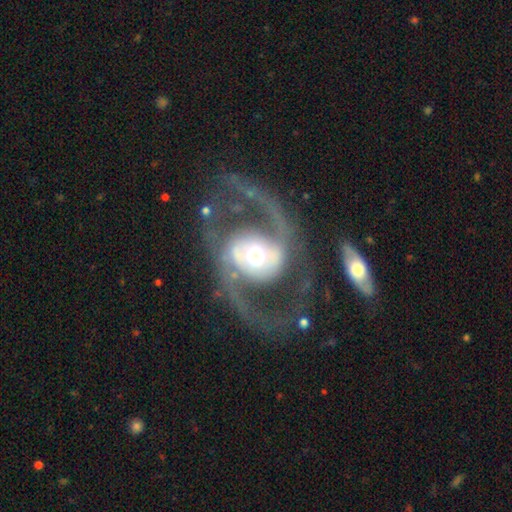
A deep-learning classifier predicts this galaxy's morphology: This is clearly a featured or disk galaxy (87%). It is clearly not viewed edge-on (97%). Bar: possibly no (54%). Spiral arm pattern: clearly yes (89%). Spiral arm count: clearly 2 (89%). Spiral winding: possibly medium (46%). Central bulge: possibly moderate (58%). Merging: likely none (65%).